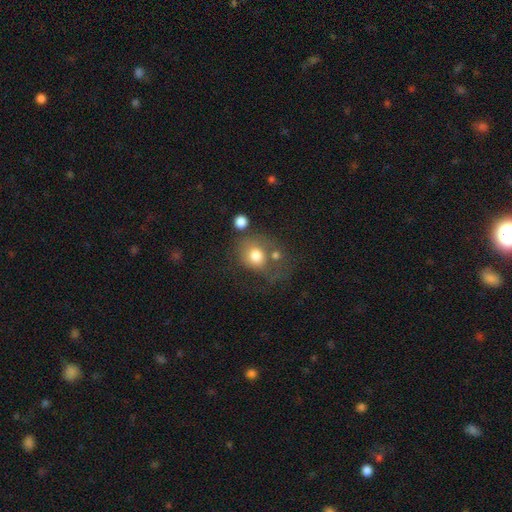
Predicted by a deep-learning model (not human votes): Q: Smooth or featured?
A: smooth (74%); runner-up: featured or disk (15%)
Q: How rounded?
A: round (70%); runner-up: in between (29%)
Q: Merging?
A: none (38%); runner-up: major disturbance (22%)